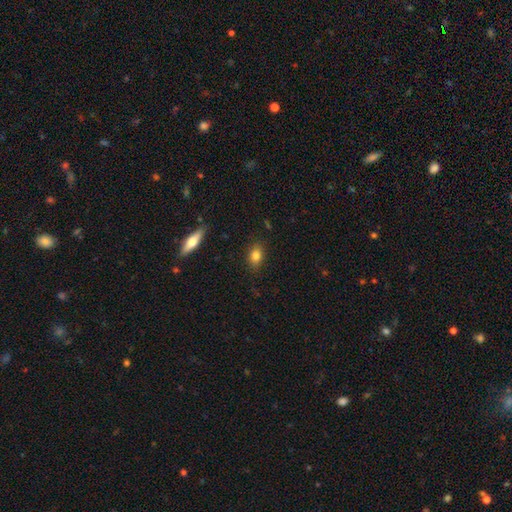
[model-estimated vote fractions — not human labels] Overall: smooth (81%). How rounded: in between (76%). Merging: none (85%).